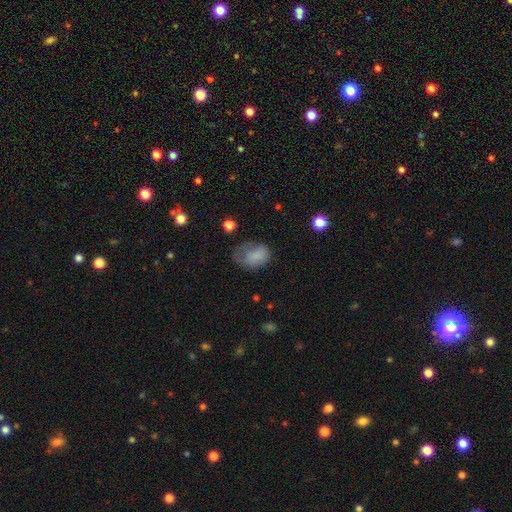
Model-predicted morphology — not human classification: Smooth or featured?
  - smooth: 75% *
  - featured or disk: 14%
  - star or artifact: 10%
How rounded?
  - in between: 73% *
  - round: 26%
  - cigar-shaped: 1%
Merging?
  - none: 36% *
  - minor disturbance: 31%
  - major disturbance: 31%
  - merger: 2%